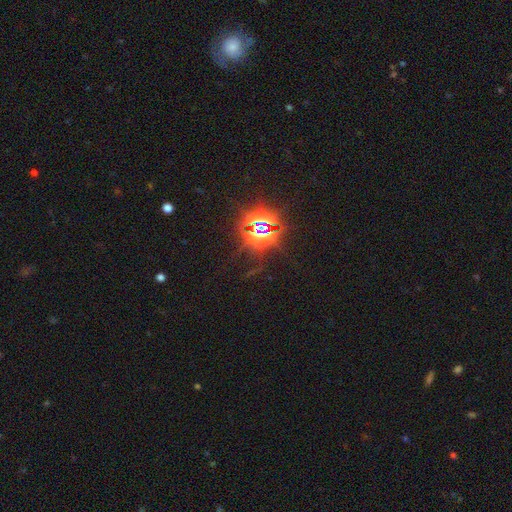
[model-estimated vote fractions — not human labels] Q: Smooth or featured?
A: star or artifact (82%); runner-up: smooth (12%)